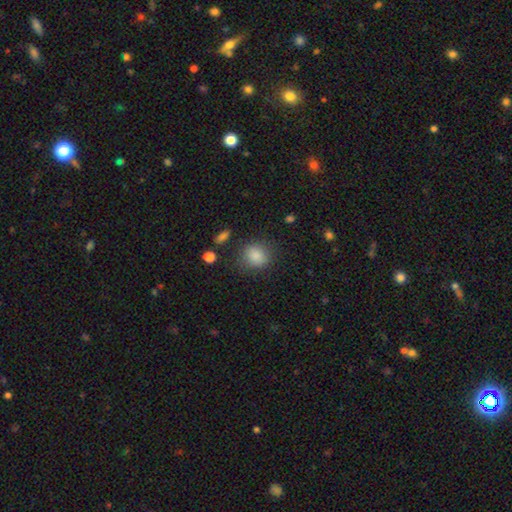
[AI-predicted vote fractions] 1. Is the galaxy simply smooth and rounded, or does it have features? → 86% smooth, 9% star or artifact, 5% featured or disk.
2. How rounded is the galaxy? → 73% round, 26% in between, 1% cigar-shaped.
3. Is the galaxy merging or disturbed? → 77% none, 14% minor disturbance, 6% major disturbance, 3% merger.